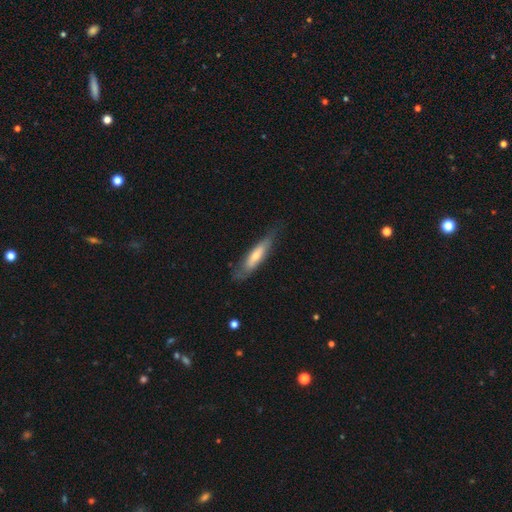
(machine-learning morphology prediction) smooth 59%, featured or disk 36%, star or artifact 6%. Down the decision tree: how rounded — cigar-shaped (73%); merging — none (69%).